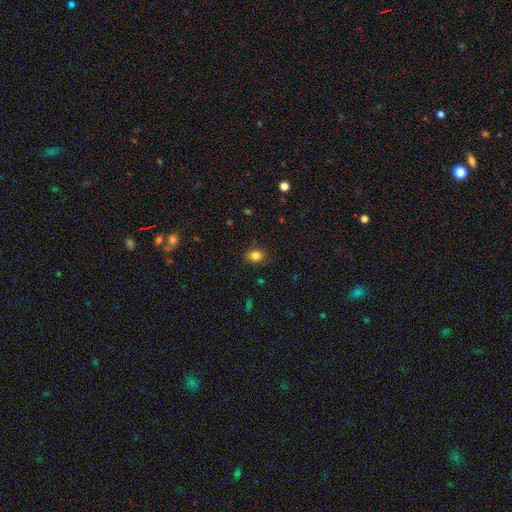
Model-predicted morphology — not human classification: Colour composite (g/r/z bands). It shows a smooth galaxy with no disk features (83%) that is round (59%). Merging: none (86%).